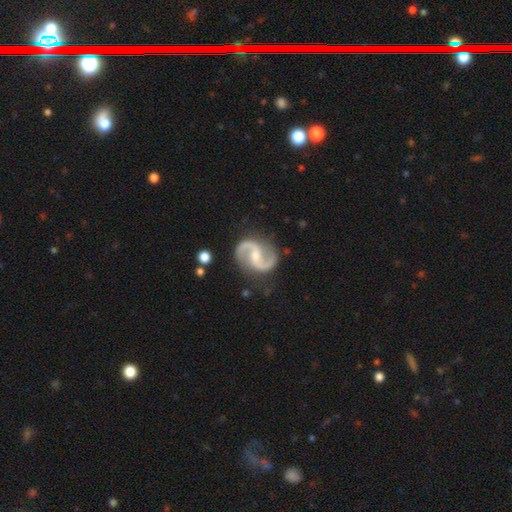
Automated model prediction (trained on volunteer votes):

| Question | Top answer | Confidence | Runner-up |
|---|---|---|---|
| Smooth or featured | featured or disk | 93% | star or artifact (4%) |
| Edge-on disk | no | 98% | yes (2%) |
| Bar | weak | 46% | no (37%) |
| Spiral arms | yes | 98% | no (2%) |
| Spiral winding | medium | 51% | loose (39%) |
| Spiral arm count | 2 | 95% | can't tell (1%) |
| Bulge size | small | 45% | moderate (38%) |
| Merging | none | 84% | minor disturbance (11%) |